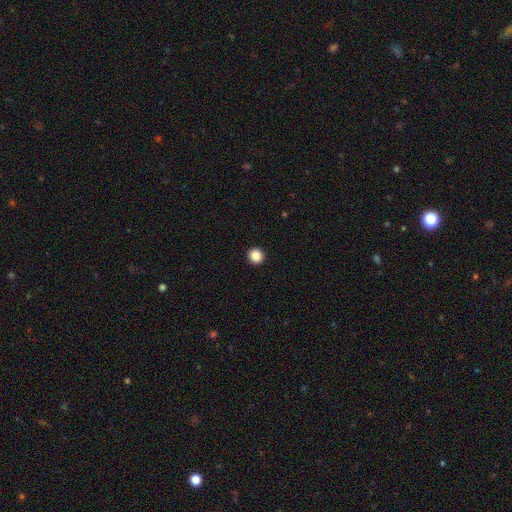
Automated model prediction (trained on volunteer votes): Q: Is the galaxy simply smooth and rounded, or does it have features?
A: smooth — 87%.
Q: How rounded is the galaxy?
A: round — 94%.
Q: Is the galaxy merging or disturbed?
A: none — 94%.